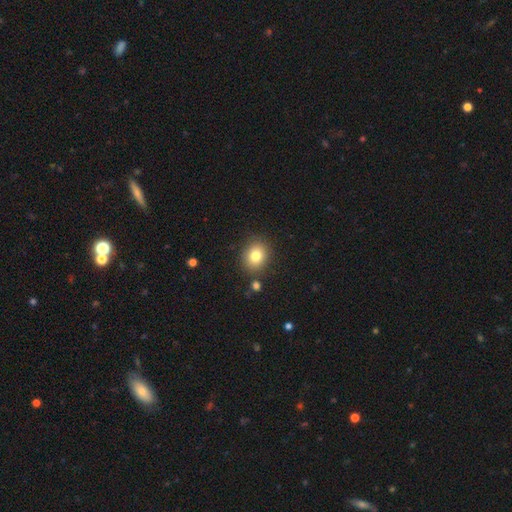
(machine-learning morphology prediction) Smooth or featured: smooth — 80% (star or artifact — 11%)
How rounded: round — 65% (in between — 34%)
Merging: none — 85% (minor disturbance — 9%)